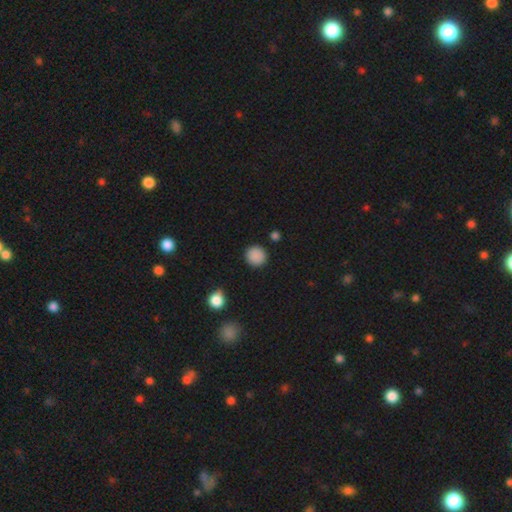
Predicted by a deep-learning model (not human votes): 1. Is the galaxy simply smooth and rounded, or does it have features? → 88% smooth, 9% star or artifact, 3% featured or disk.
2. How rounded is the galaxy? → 93% round, 6% in between, 1% cigar-shaped.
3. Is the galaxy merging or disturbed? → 90% none, 6% minor disturbance, 2% major disturbance, 2% merger.